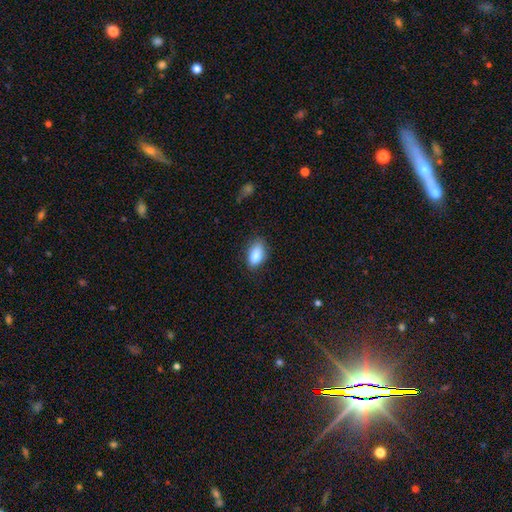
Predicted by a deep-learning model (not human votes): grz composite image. It shows a smooth galaxy with no disk features (85%) that is in between round and cigar-shaped (89%). Merging: none (75%).